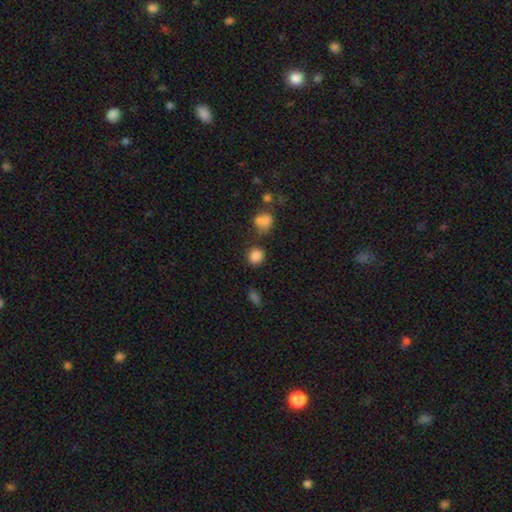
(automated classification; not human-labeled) Smooth or featured? smooth (84%)
How rounded? round (78%)
Merging? none (75%)